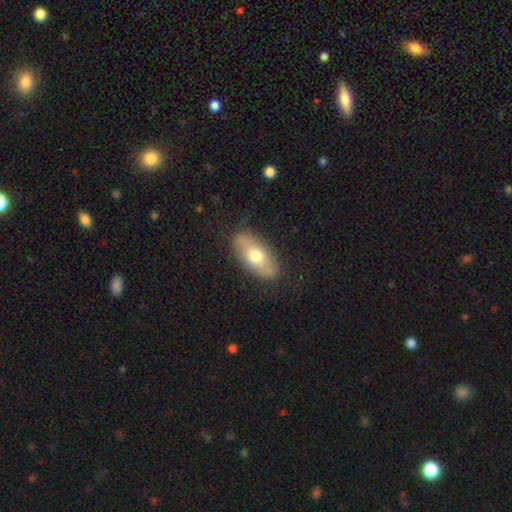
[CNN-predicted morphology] This appears to be a smooth galaxy with no disk features (64%) that is in between round and cigar-shaped (87%). Merging: none (80%).